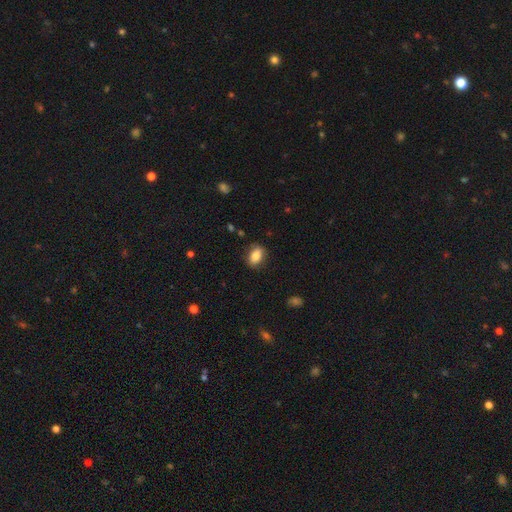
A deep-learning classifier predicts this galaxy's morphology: This appears to be a smooth galaxy with no disk features (83%) that is in between round and cigar-shaped (84%). Merging: none (81%).